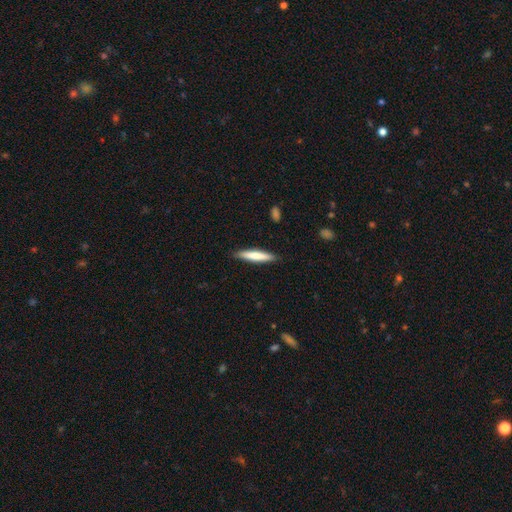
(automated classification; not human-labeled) Smooth or featured? smooth (69%)
How rounded? cigar-shaped (90%)
Merging? none (89%)